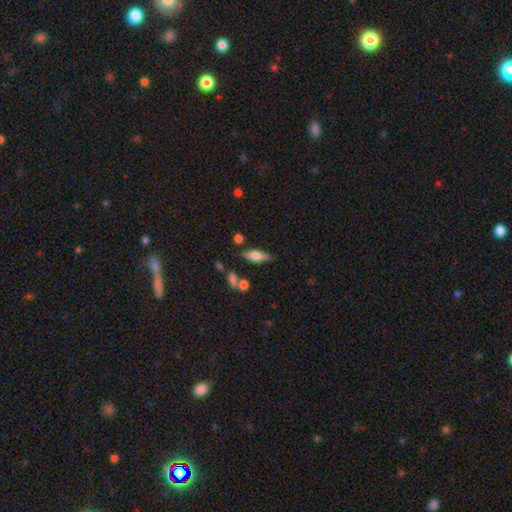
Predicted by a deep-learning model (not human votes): A smooth galaxy with no disk features (60%) that is in between round and cigar-shaped (58%).

Vote fractions:
- Smooth or featured? smooth: 60% / featured or disk: 33% / star or artifact: 8%
- How rounded? in between: 58% / cigar-shaped: 39% / round: 3%
- Merging? none: 78% / minor disturbance: 13% / merger: 5% / major disturbance: 4%